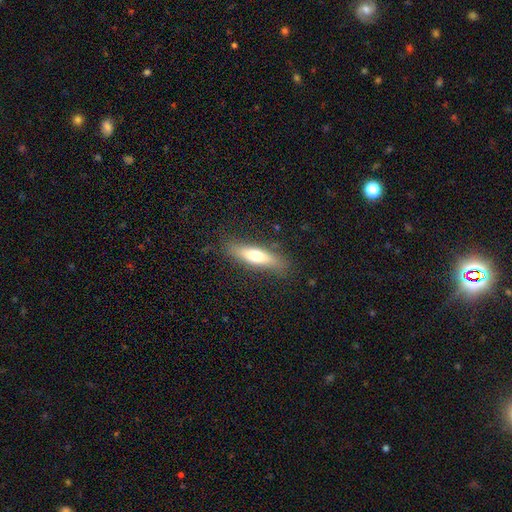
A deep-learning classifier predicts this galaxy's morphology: A smooth galaxy with no disk features (61%) that is cigar-shaped (66%).

Vote fractions:
- Smooth or featured? smooth: 61% / featured or disk: 32% / star or artifact: 7%
- How rounded? cigar-shaped: 66% / in between: 32% / round: 2%
- Merging? none: 83% / minor disturbance: 13% / major disturbance: 4% / merger: 1%